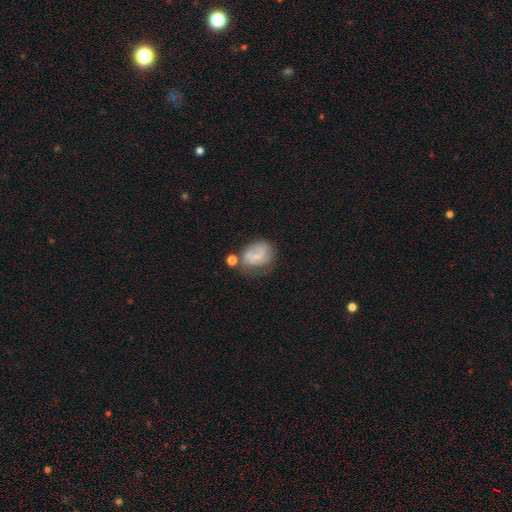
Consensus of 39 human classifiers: Smooth or featured? smooth (54%)
How rounded? round (57%)
Merging? none (35%)